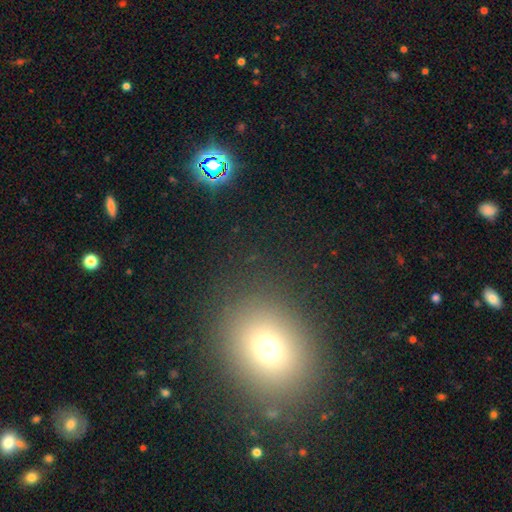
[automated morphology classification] A smooth galaxy with no disk features (61%) that is round (59%). Merging: none (84%).